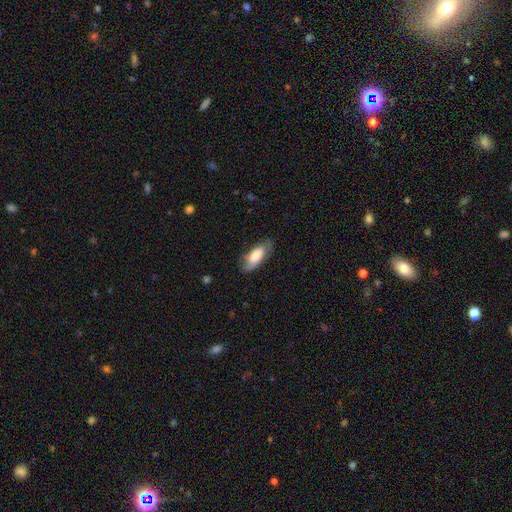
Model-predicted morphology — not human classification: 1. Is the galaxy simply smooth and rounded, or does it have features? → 69% smooth, 25% featured or disk, 6% star or artifact.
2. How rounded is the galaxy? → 78% in between, 20% cigar-shaped, 2% round.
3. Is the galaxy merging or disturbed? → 72% none, 21% minor disturbance, 7% major disturbance, 1% merger.